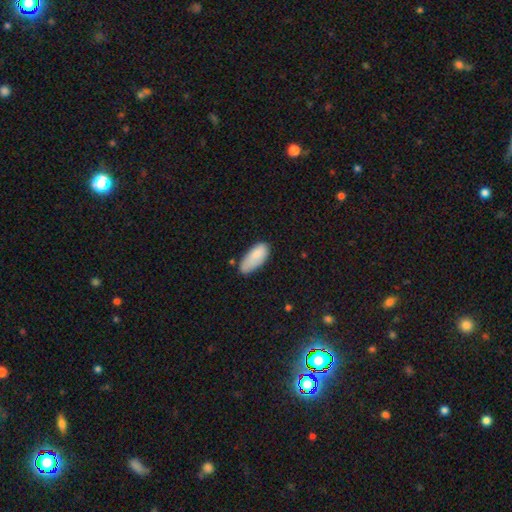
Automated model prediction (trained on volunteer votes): smooth-or-featured: smooth: 85% | featured or disk: 9% | star or artifact: 6%
  how-rounded: in between: 84% | cigar-shaped: 14% | round: 2%
  merging: none: 52% | minor disturbance: 36% | major disturbance: 8% | merger: 4%